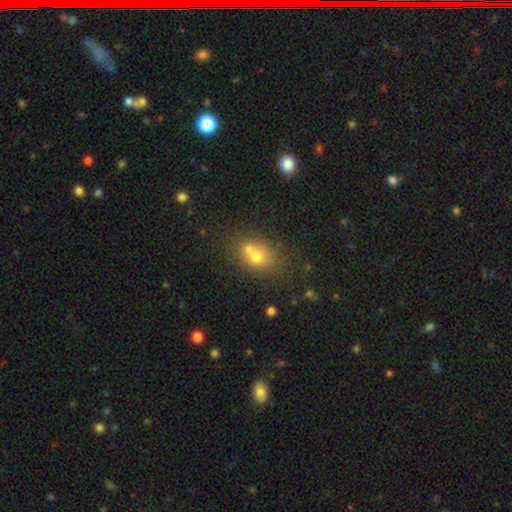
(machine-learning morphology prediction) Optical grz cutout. It shows a smooth galaxy with no disk features (67%) that is round (57%). Merging: merger (46%).